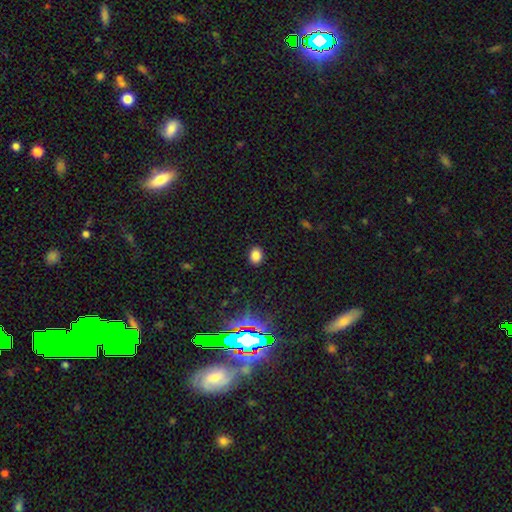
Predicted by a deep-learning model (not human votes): The model was most divided on "how rounded": in between: 65%, round: 34%, cigar-shaped: 1%. More confident: merging — none (89%); smooth or featured — smooth (83%).